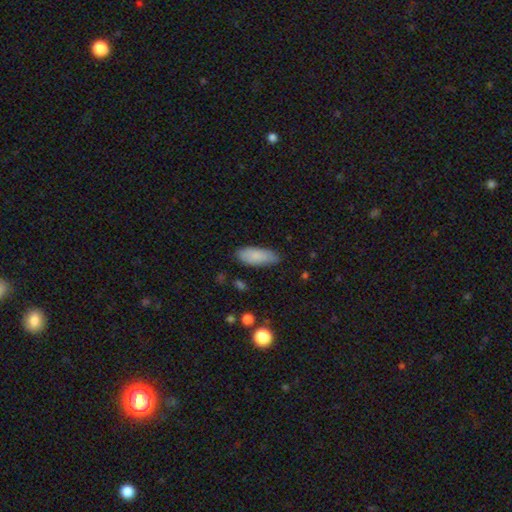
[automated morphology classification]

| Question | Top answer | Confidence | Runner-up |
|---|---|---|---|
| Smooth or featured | smooth | 85% | featured or disk (9%) |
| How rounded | in between | 78% | cigar-shaped (20%) |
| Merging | none | 76% | minor disturbance (19%) |